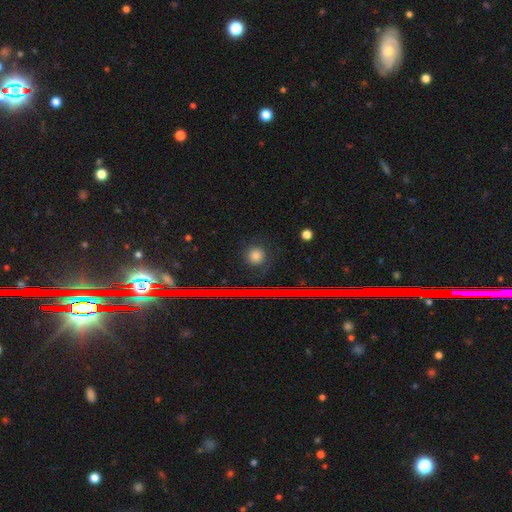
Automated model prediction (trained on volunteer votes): Morphology: type=smooth (75%); roundness=round (88%); merging=none (88%).